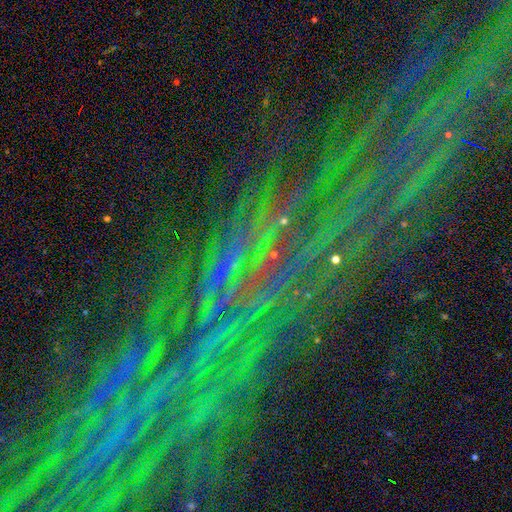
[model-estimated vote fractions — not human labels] A star or artifact, not a galaxy (80%).